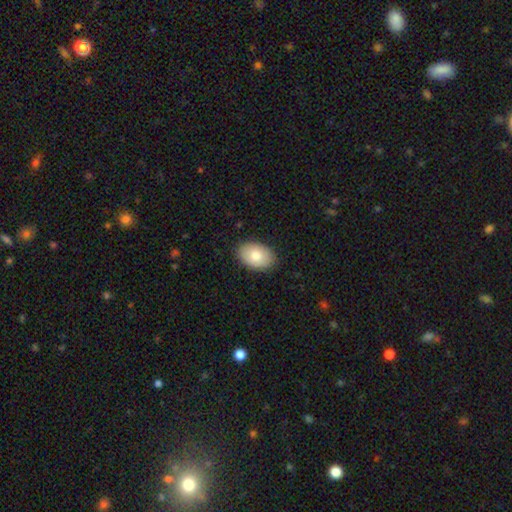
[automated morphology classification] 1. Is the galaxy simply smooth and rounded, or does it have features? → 80% smooth, 14% featured or disk, 7% star or artifact.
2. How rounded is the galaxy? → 87% in between, 12% round, 1% cigar-shaped.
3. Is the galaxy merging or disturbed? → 88% none, 10% minor disturbance, 2% major disturbance, 1% merger.